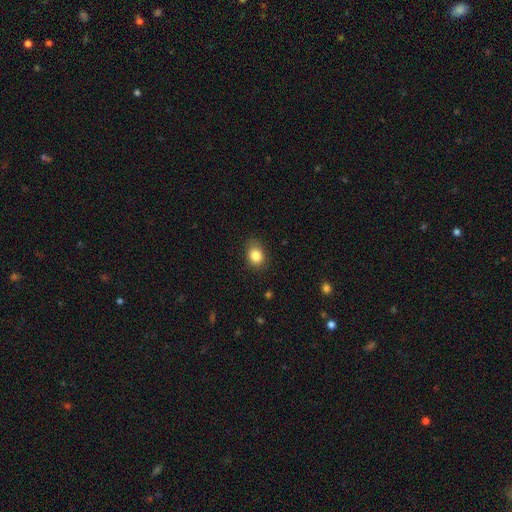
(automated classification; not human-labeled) A smooth galaxy with no disk features (84%) that is in between round and cigar-shaped (60%). Merging: none (80%).